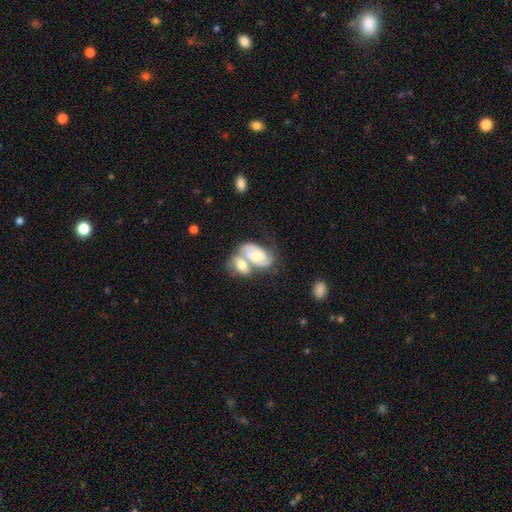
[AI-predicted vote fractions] This appears to be a featured or disk galaxy (63%) with no bar (53%), 2 (73%) medium (42%) spiral arms (85%) and a moderate central bulge (54%). Merging: merger (66%).